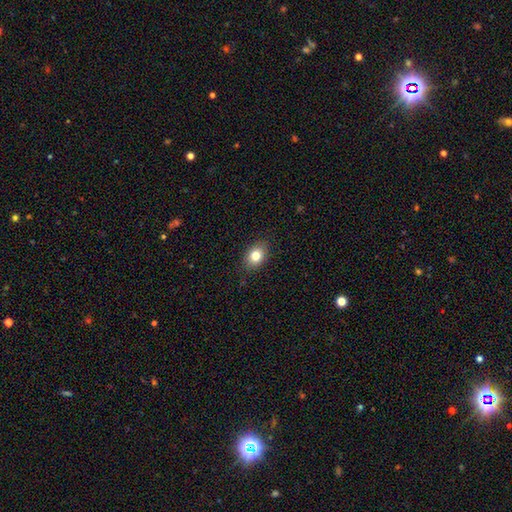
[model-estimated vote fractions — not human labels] A smooth galaxy with no disk features (80%) that is in between round and cigar-shaped (66%). Merging: none (86%).